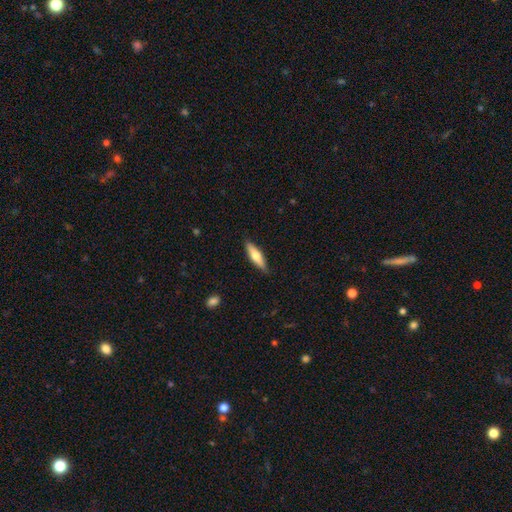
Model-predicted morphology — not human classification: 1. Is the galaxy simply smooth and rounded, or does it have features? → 54% smooth, 41% featured or disk, 5% star or artifact.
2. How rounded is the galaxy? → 67% cigar-shaped, 31% in between, 2% round.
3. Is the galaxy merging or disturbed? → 87% none, 10% minor disturbance, 2% major disturbance, 1% merger.